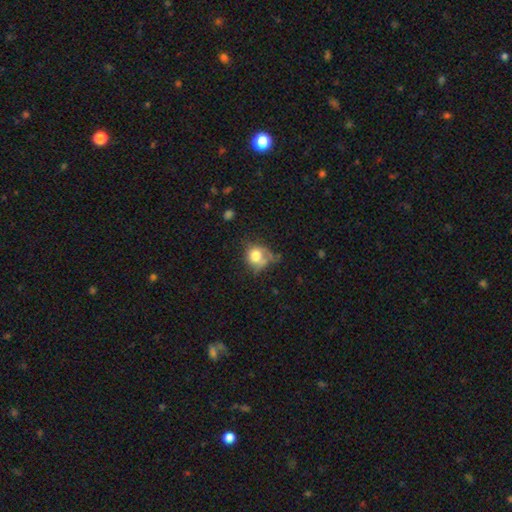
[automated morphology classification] type=smooth (74%); roundness=round (74%); merging=none (42%).